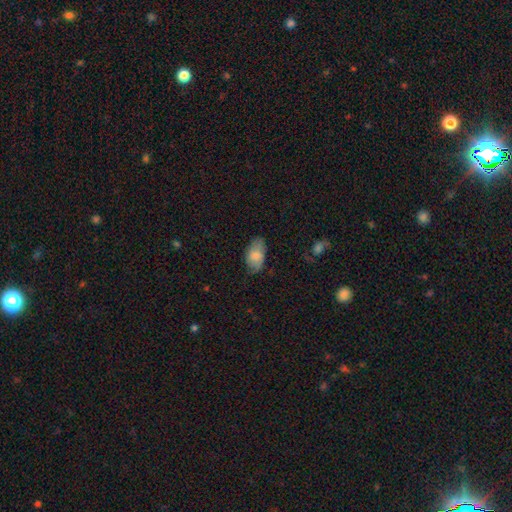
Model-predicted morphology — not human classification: A smooth galaxy with no disk features (75%) that is in between round and cigar-shaped (93%). Merging: none (66%).